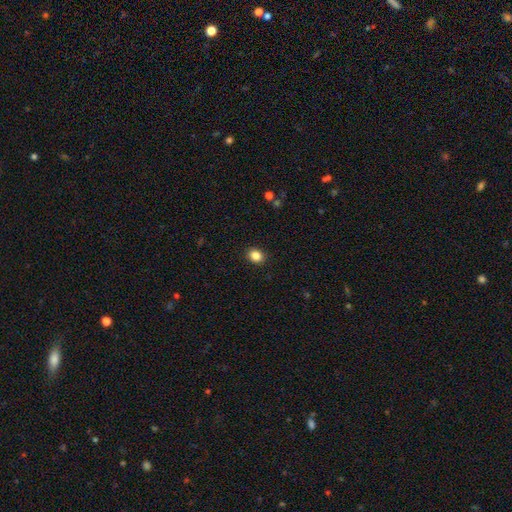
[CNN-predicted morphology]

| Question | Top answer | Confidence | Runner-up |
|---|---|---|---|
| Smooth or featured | smooth | 85% | star or artifact (10%) |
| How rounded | round | 52% | in between (47%) |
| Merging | none | 91% | minor disturbance (6%) |